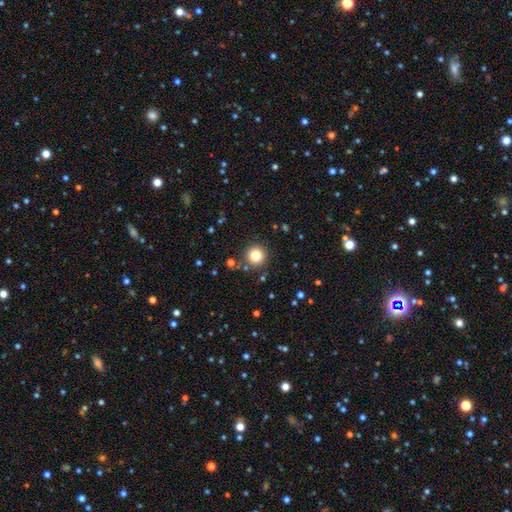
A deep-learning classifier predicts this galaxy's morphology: The model was most divided on "smooth or featured": smooth: 81%, star or artifact: 12%, featured or disk: 7%. More confident: how rounded — round (95%); merging — none (88%).